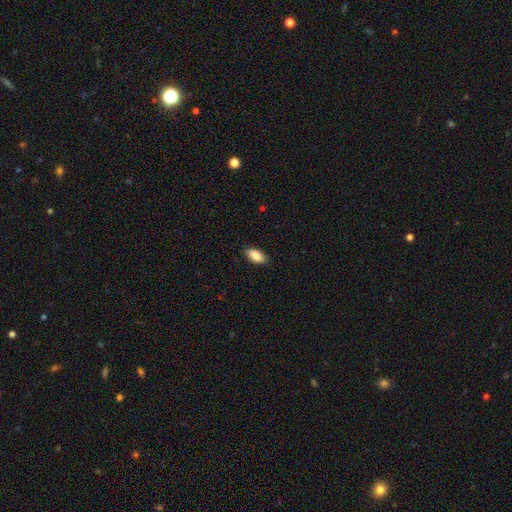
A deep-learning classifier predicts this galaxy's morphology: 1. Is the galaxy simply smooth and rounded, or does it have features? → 88% smooth, 6% star or artifact, 6% featured or disk.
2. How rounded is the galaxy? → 90% in between, 7% cigar-shaped, 3% round.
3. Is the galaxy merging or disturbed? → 85% none, 12% minor disturbance, 2% major disturbance, 1% merger.